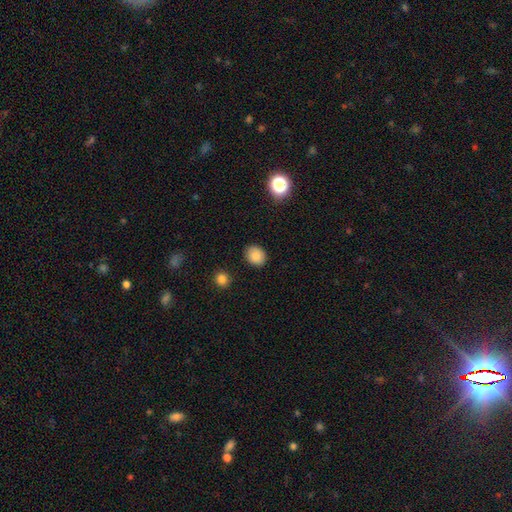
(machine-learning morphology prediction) This is clearly a smooth galaxy (86%). How rounded: possibly round (55%). Merging: clearly none (88%).